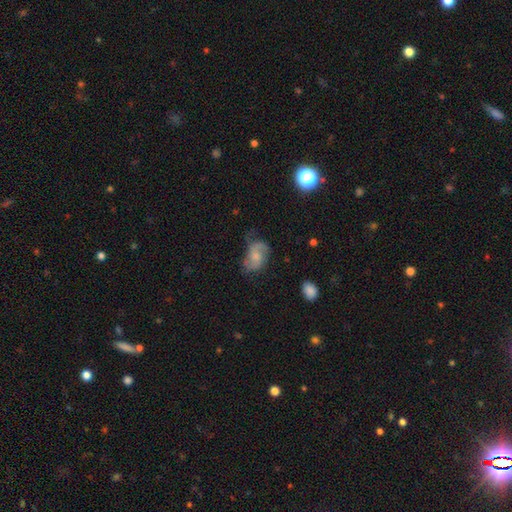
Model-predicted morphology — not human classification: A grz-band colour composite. It shows a featured or disk galaxy (62%) with no bar (61%), 2 (81%) medium (45%) spiral arms (89%) and a moderate central bulge (35%). Merging: none (53%).